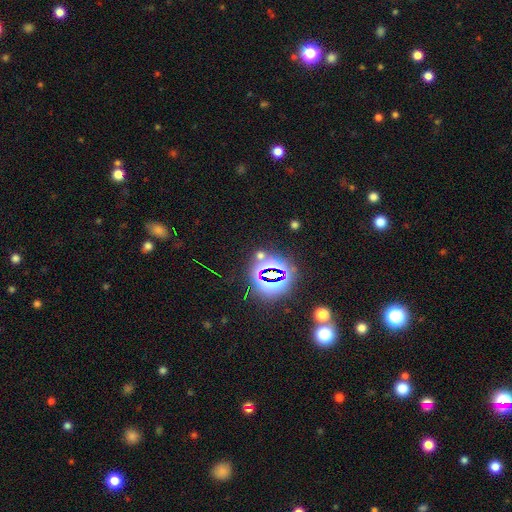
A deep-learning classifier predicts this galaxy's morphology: This is likely a star or artifact rather than a galaxy (78%).